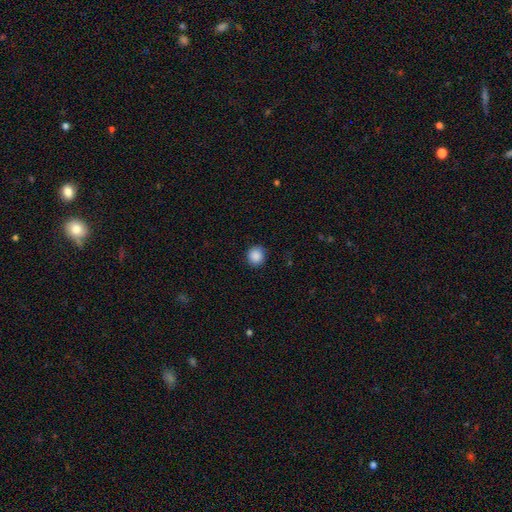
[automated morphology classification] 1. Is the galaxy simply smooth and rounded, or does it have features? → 88% smooth, 9% star or artifact, 3% featured or disk.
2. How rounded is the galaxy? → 91% round, 8% in between, 1% cigar-shaped.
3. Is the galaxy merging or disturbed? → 89% none, 8% minor disturbance, 2% major disturbance, 1% merger.